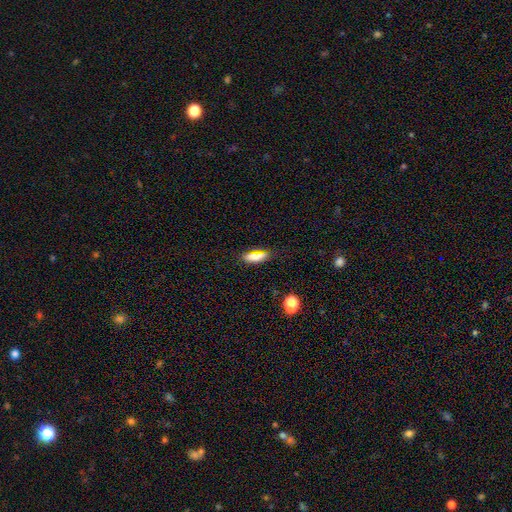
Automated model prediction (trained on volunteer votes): Morphology: type=smooth (72%); roundness=cigar-shaped (48%); merging=none (82%).